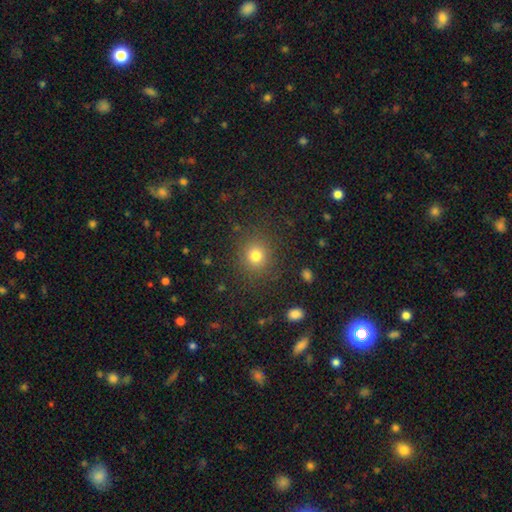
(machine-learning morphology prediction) This appears to be a smooth galaxy with no disk features (78%) that is round (85%). Merging: none (86%).